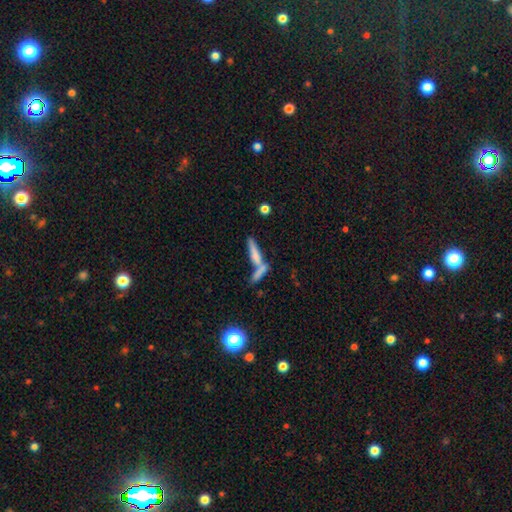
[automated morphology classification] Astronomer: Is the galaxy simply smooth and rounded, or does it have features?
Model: smooth — 61%.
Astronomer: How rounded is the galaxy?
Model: cigar-shaped — 83%.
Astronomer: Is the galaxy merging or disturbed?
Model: none — 44% (runner-up: merger, 41%).